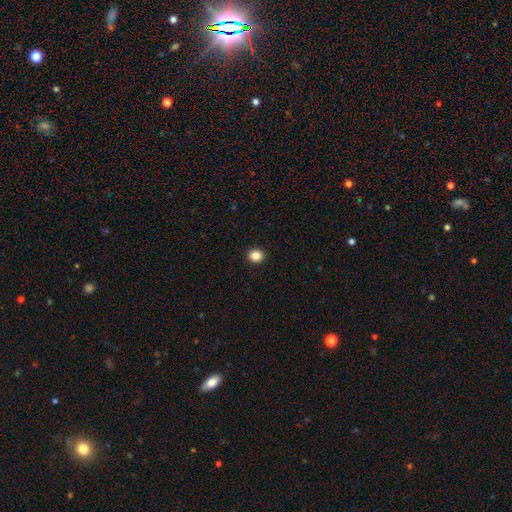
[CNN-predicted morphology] Smooth or featured? smooth (86%)
How rounded? round (75%)
Merging? none (93%)